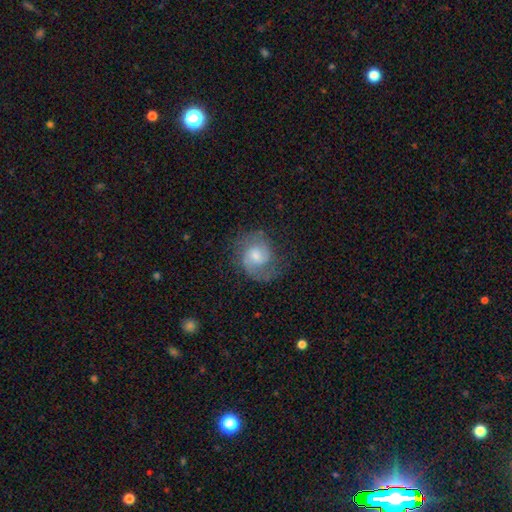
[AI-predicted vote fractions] Q: Smooth or featured?
A: featured or disk (75%); runner-up: smooth (18%)
Q: Edge-on disk?
A: no (98%); runner-up: yes (2%)
Q: Bar?
A: no (51%); runner-up: weak (43%)
Q: Spiral arms?
A: yes (94%); runner-up: no (6%)
Q: Spiral winding?
A: medium (49%); runner-up: tight (31%)
Q: Spiral arm count?
A: 2 (77%); runner-up: 1 (11%)
Q: Bulge size?
A: moderate (50%); runner-up: small (38%)
Q: Merging?
A: none (68%); runner-up: minor disturbance (19%)